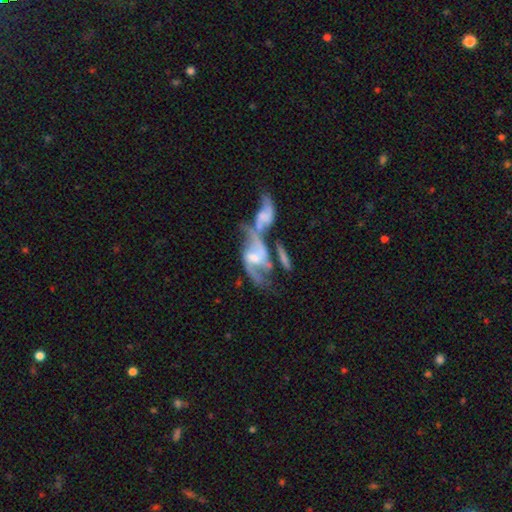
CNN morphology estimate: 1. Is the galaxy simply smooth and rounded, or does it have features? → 81% featured or disk, 12% smooth, 7% star or artifact.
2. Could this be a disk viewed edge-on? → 94% no, 6% yes.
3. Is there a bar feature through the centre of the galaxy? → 43% weak, 38% no, 19% strong.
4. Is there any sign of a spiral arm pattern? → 88% yes, 12% no.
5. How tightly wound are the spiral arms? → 58% loose, 31% medium, 10% tight.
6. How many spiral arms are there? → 79% 2, 10% can't tell, 5% 1, 3% 3, 2% 4, 1% more than 4.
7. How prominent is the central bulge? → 42% moderate, 31% small, 16% none, 9% large, 2% dominant.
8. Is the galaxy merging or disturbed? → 63% merger, 15% major disturbance, 14% none, 8% minor disturbance.